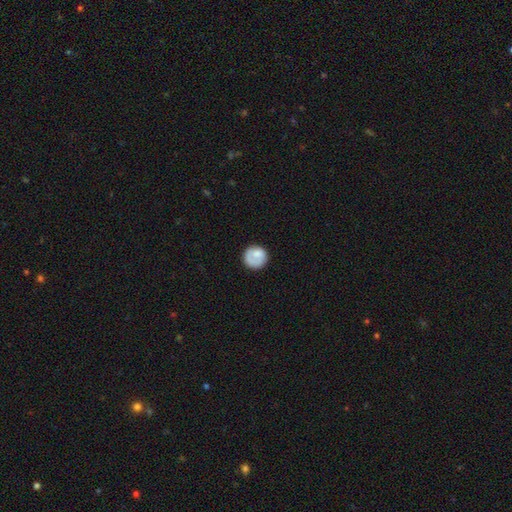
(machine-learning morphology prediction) This appears to be a smooth galaxy with no disk features (75%) that is round (91%). Merging: none (75%).